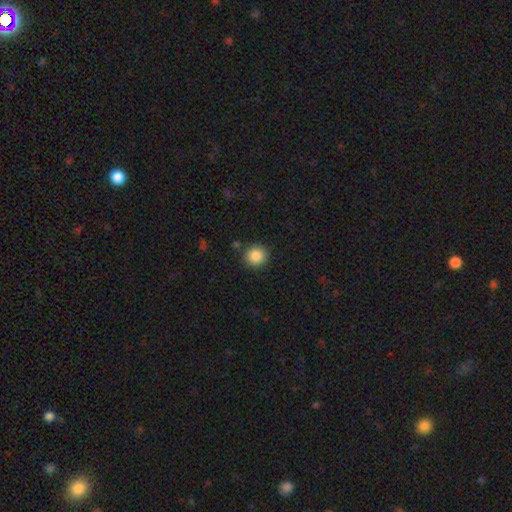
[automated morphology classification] type=smooth (86%); roundness=round (92%); merging=none (89%).